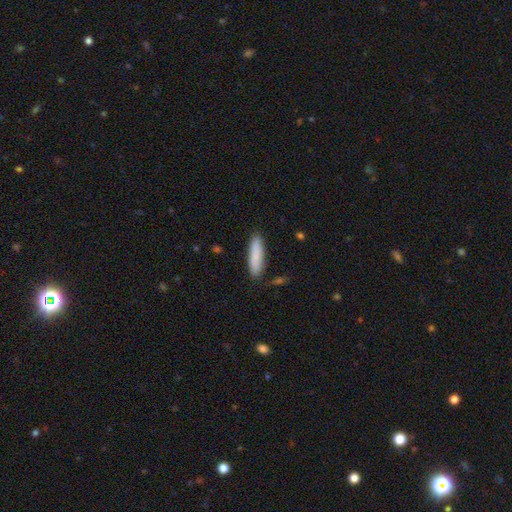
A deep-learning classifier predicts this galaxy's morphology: This is clearly a smooth galaxy (86%). How rounded: likely cigar-shaped (69%). Merging: clearly none (86%).